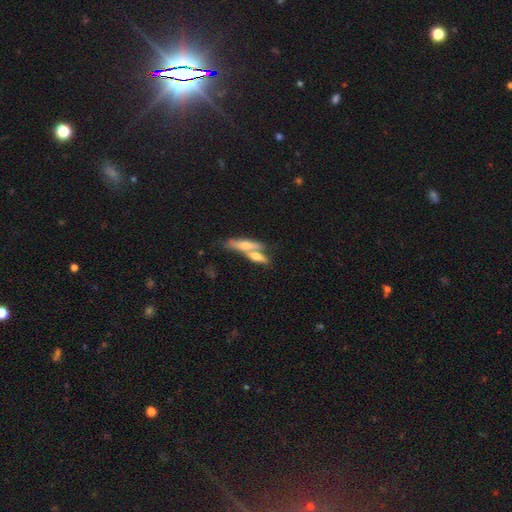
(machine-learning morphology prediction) Q: Smooth or featured?
A: smooth (50%); runner-up: featured or disk (42%)
Q: How rounded?
A: cigar-shaped (59%); runner-up: in between (37%)
Q: Merging?
A: merger (51%); runner-up: none (36%)